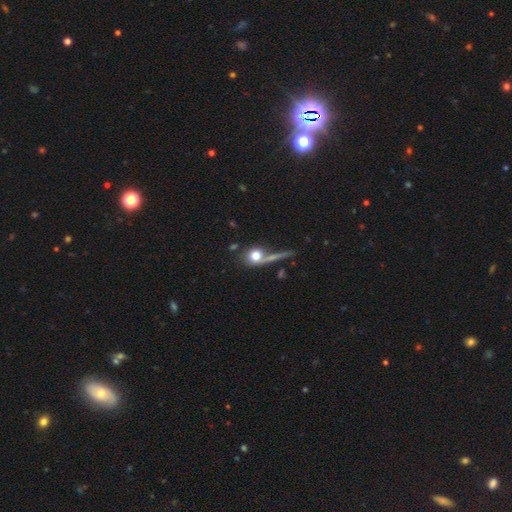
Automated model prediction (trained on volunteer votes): Morphology: type=smooth (72%); roundness=round (73%); merging=none (48%).